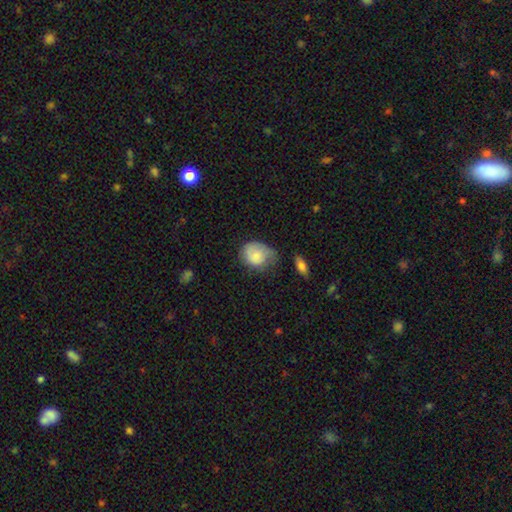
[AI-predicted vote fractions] smooth_or_featured: smooth (p=0.75) [alt: featured or disk p=0.18]
how_rounded: in between (p=0.55) [alt: round p=0.44]
merging: minor disturbance (p=0.38) [alt: none p=0.35]